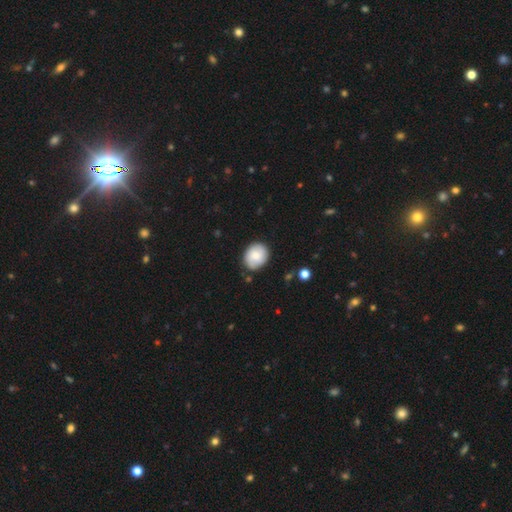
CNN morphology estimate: type=smooth (77%); roundness=round (51%); merging=none (81%).